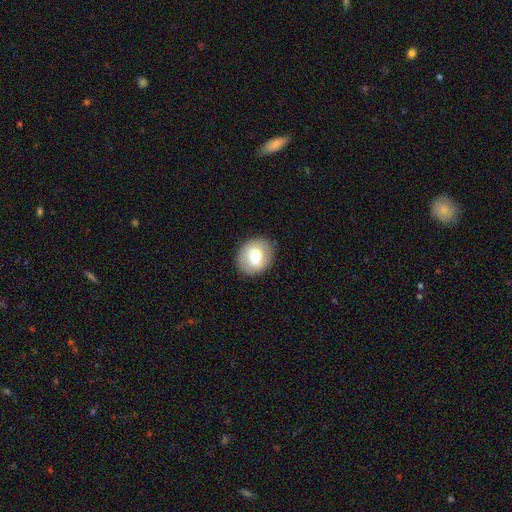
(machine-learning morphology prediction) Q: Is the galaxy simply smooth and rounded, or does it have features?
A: smooth — 65%.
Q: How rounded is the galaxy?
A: round — 60%.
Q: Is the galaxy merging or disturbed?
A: none — 86%.